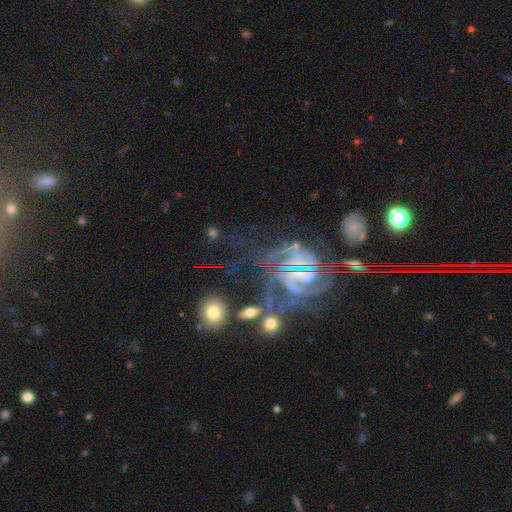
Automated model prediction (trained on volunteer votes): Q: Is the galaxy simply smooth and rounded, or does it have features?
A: featured or disk — 60%.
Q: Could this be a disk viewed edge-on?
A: no — 93%.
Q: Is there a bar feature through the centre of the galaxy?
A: no — 56%.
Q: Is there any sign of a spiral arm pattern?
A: yes — 77%.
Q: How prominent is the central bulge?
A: small — 47%.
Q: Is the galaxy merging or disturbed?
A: none — 45%.